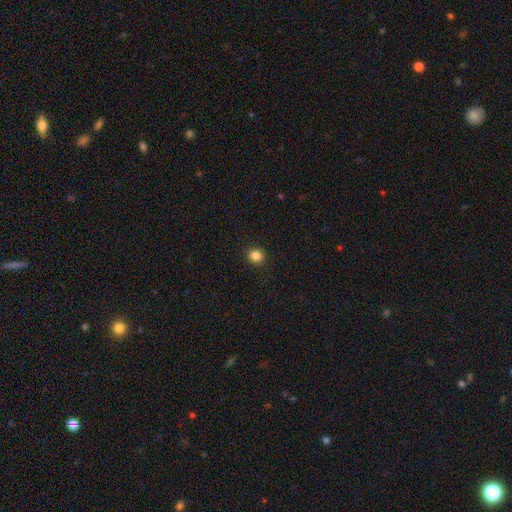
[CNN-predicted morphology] A smooth galaxy with no disk features (85%) that is round (83%).

Vote fractions:
- Smooth or featured? smooth: 85% / star or artifact: 11% / featured or disk: 4%
- How rounded? round: 83% / in between: 16% / cigar-shaped: 1%
- Merging? none: 92% / minor disturbance: 5% / major disturbance: 2% / merger: 1%